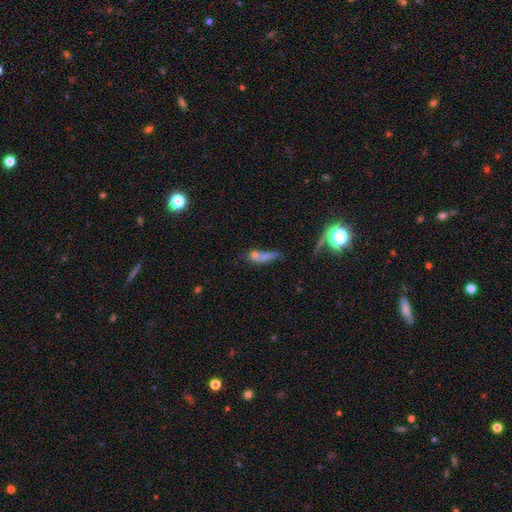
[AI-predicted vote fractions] Q: Smooth or featured?
A: smooth (56%); runner-up: featured or disk (25%)
Q: How rounded?
A: in between (43%); runner-up: cigar-shaped (42%)
Q: Merging?
A: merger (33%); tied with: none (33%)